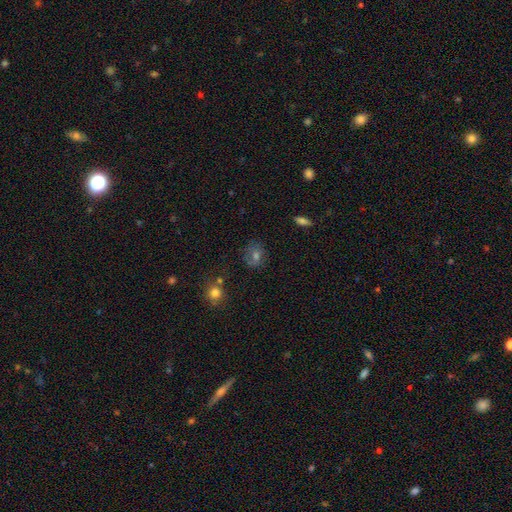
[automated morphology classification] Q: Smooth or featured?
A: smooth (53%); runner-up: featured or disk (24%)
Q: How rounded?
A: round (59%); runner-up: in between (40%)
Q: Merging?
A: none (70%); runner-up: minor disturbance (19%)